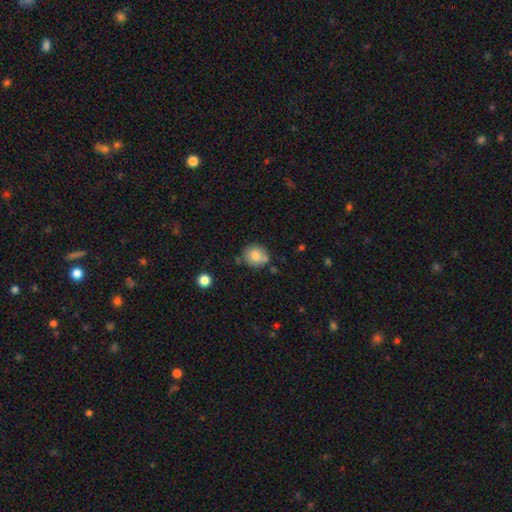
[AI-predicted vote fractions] Smooth or featured: smooth — 79% (featured or disk — 12%)
How rounded: round — 79% (in between — 20%)
Merging: none — 67% (minor disturbance — 17%)